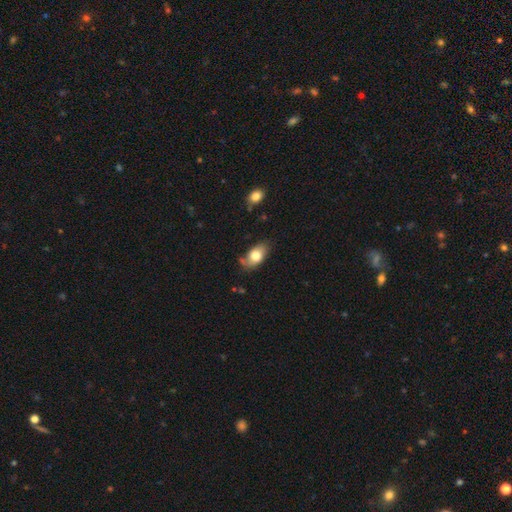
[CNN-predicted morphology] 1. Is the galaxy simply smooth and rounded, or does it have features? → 76% smooth, 17% featured or disk, 7% star or artifact.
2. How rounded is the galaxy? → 90% in between, 7% round, 2% cigar-shaped.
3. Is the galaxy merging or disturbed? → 61% none, 27% minor disturbance, 8% major disturbance, 5% merger.